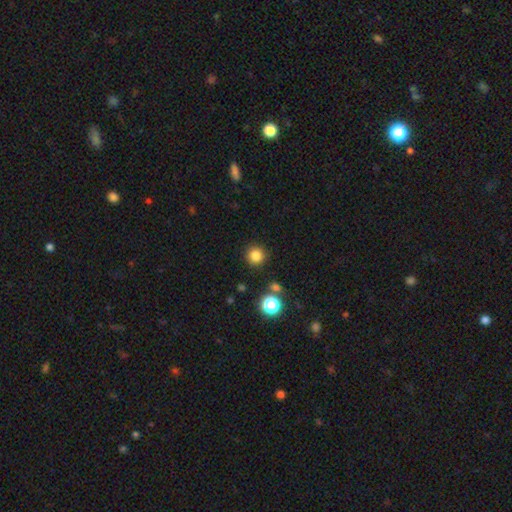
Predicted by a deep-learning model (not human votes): smooth_or_featured: smooth (p=0.82) [alt: star or artifact p=0.13]
how_rounded: round (p=0.94) [alt: in between p=0.05]
merging: none (p=0.89) [alt: minor disturbance p=0.06]